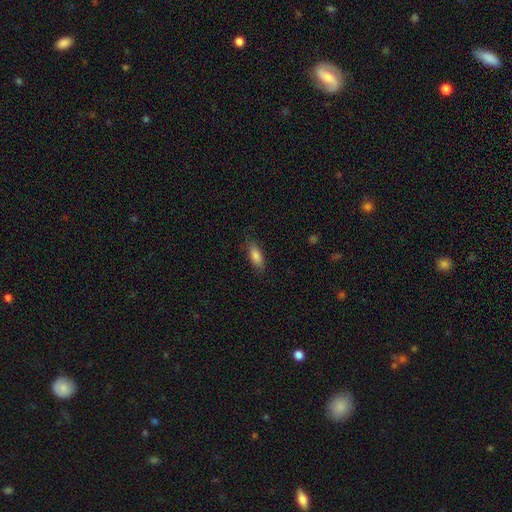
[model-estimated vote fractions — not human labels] Q: Smooth or featured?
A: smooth (84%); runner-up: featured or disk (9%)
Q: How rounded?
A: in between (75%); runner-up: cigar-shaped (23%)
Q: Merging?
A: none (82%); runner-up: minor disturbance (14%)